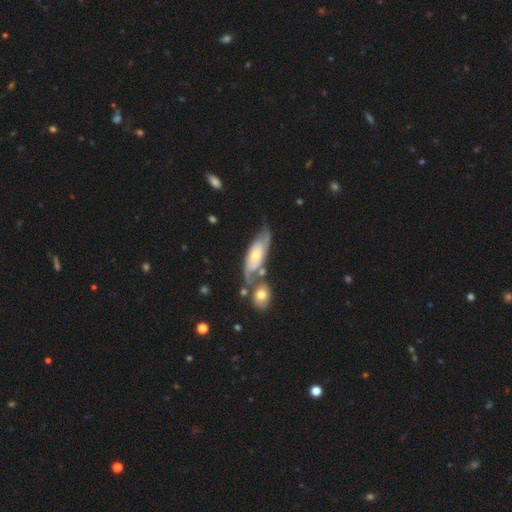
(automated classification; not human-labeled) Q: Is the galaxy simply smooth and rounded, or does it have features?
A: featured or disk — 69%.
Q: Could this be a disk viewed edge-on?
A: no — 84%.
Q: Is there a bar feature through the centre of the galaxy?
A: no — 68%.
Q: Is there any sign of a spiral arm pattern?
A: yes — 85%.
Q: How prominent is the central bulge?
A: moderate — 62%.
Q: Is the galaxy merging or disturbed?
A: none — 43%.